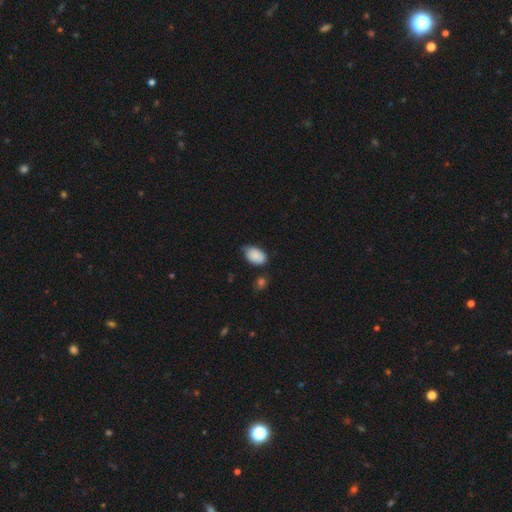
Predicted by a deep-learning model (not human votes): This is clearly a smooth galaxy (84%). How rounded: clearly in between (90%). Merging: possibly none (50%).